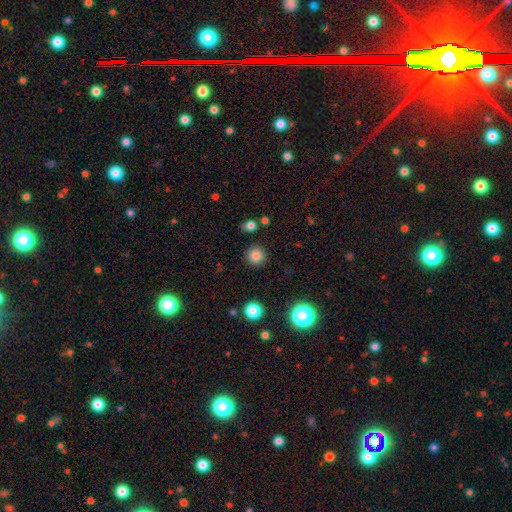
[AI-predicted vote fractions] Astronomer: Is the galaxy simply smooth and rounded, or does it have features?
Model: smooth — 82%.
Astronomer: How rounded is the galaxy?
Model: round — 95%.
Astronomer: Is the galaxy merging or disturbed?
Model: none — 90%.